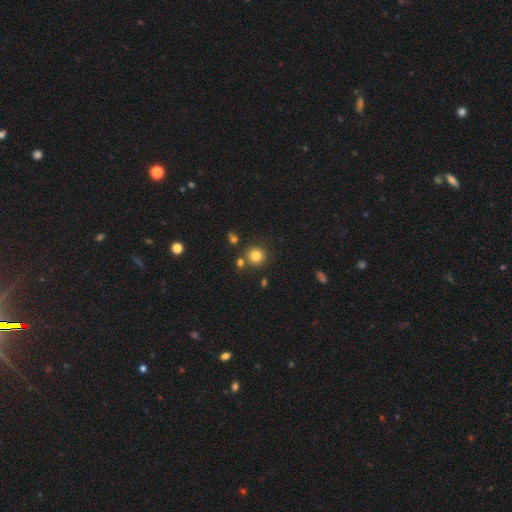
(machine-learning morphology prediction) A smooth galaxy with no disk features (81%) that is round (91%). Merging: none (78%).